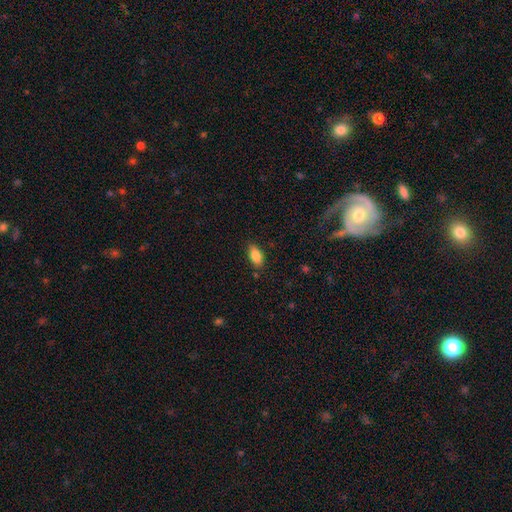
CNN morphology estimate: smooth-or-featured: smooth: 85% | featured or disk: 8% | star or artifact: 8%
  how-rounded: in between: 90% | cigar-shaped: 6% | round: 4%
  merging: none: 83% | minor disturbance: 13% | major disturbance: 3% | merger: 2%